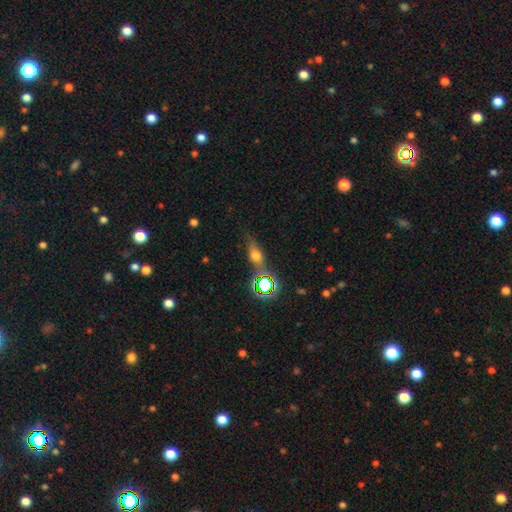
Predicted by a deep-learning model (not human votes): A smooth galaxy with no disk features (49%). Merging: none (70%).